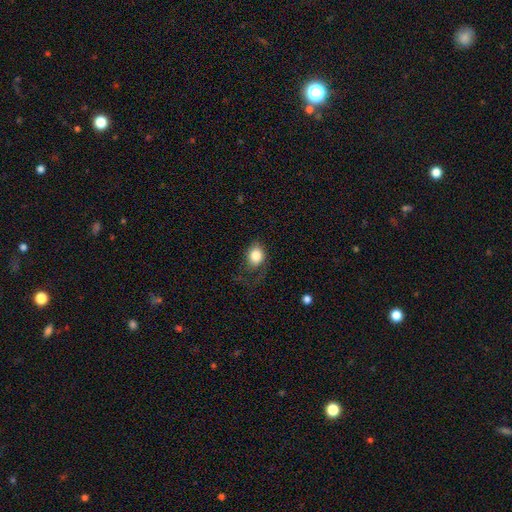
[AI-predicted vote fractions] smooth 81%, featured or disk 10%, star or artifact 8%. Down the decision tree: how rounded — round (51%); merging — none (46%).